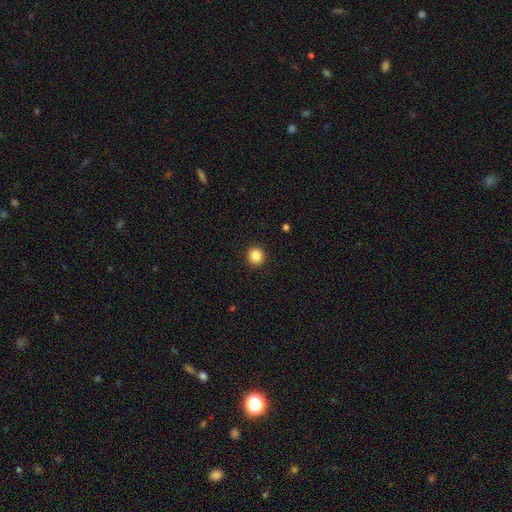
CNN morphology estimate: A smooth galaxy with no disk features (86%) that is round (87%).

Vote fractions:
- Smooth or featured? smooth: 86% / star or artifact: 10% / featured or disk: 4%
- How rounded? round: 87% / in between: 12% / cigar-shaped: 1%
- Merging? none: 92% / minor disturbance: 5% / major disturbance: 2% / merger: 1%